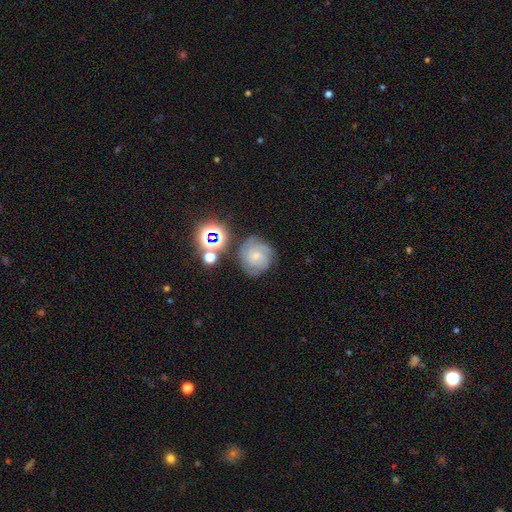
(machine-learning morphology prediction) This is likely a featured or disk galaxy (63%). It is clearly not viewed edge-on (98%). Bar: likely no (71%). Spiral arm pattern: clearly yes (92%). Spiral arm count: marginally 3 (34%). Spiral winding: likely tight (66%). Central bulge: likely small (68%). Merging: likely none (70%).